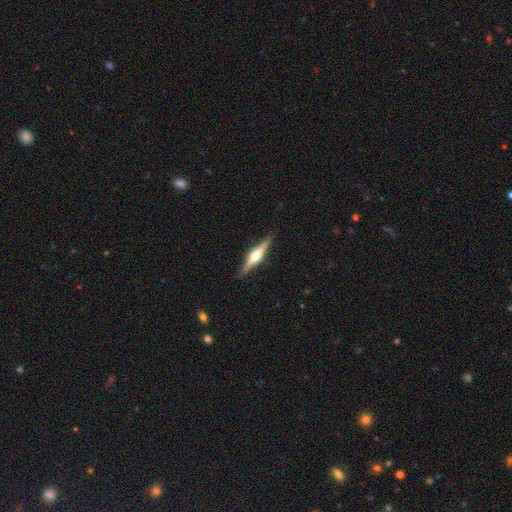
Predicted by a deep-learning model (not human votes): This appears to be a featured or disk galaxy (73%) viewed edge-on (98%) with a rounded central bulge (92%). Merging: none (89%).